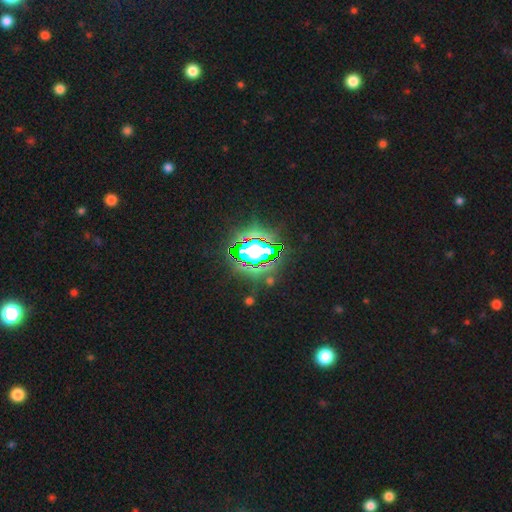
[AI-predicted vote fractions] Smooth or featured?
  - star or artifact: 74% *
  - smooth: 15%
  - featured or disk: 11%